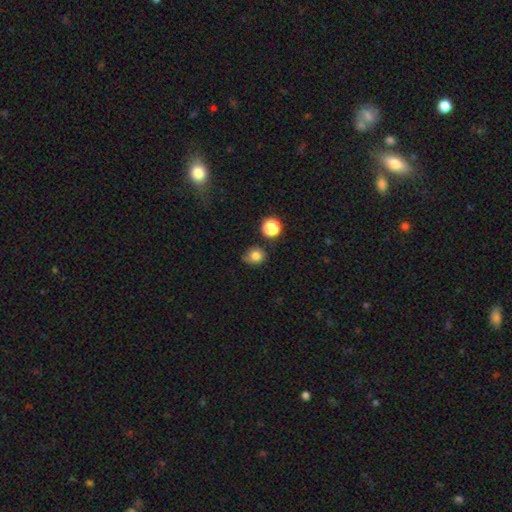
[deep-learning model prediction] Smooth or featured: smooth — 79% (star or artifact — 12%)
How rounded: round — 75% (in between — 24%)
Merging: none — 63% (minor disturbance — 26%)